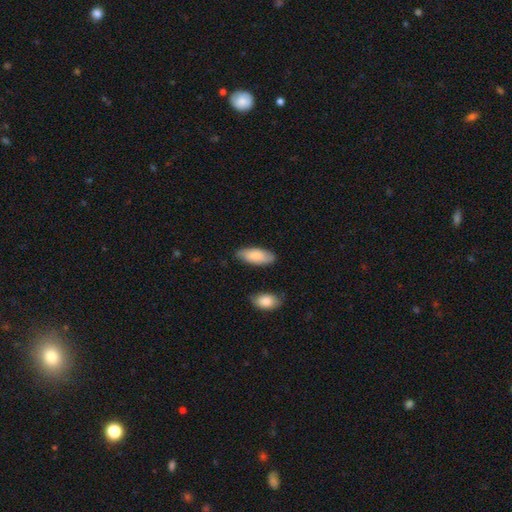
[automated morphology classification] This is clearly a smooth galaxy (84%). How rounded: clearly in between (84%). Merging: likely none (80%).